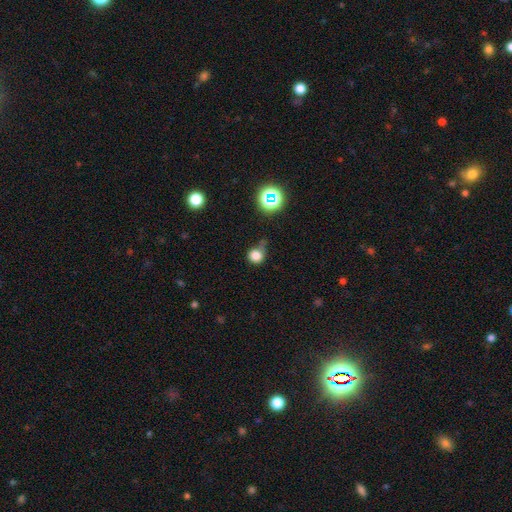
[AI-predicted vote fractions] smooth-or-featured: smooth: 78% | star or artifact: 15% | featured or disk: 7%
  how-rounded: round: 88% | in between: 11% | cigar-shaped: 1%
  merging: none: 53% | minor disturbance: 28% | major disturbance: 12% | merger: 8%